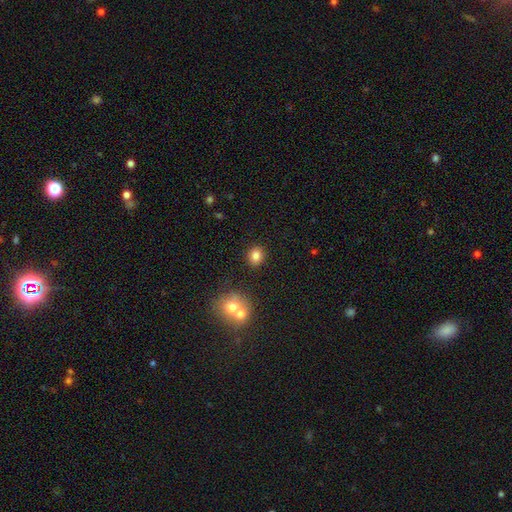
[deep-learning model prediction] smooth-or-featured: smooth: 82% | star or artifact: 11% | featured or disk: 7%
  how-rounded: round: 64% | in between: 35% | cigar-shaped: 1%
  merging: none: 85% | minor disturbance: 7% | merger: 6% | major disturbance: 2%